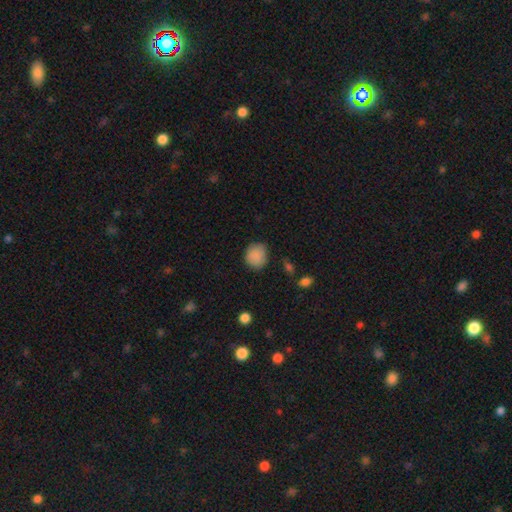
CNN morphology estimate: This is clearly a smooth galaxy (87%). How rounded: likely round (80%). Merging: likely none (80%).